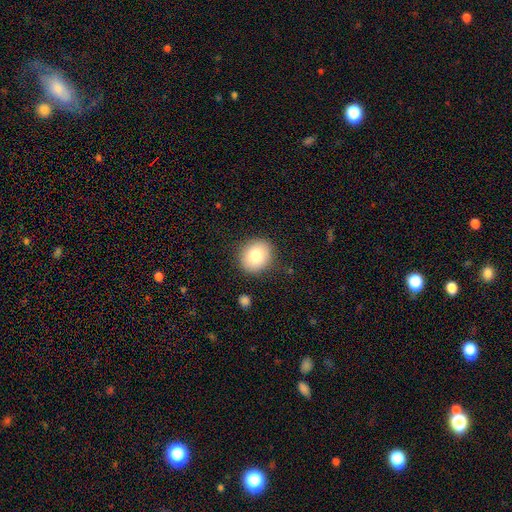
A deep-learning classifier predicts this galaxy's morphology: A smooth galaxy with no disk features (82%) that is round (71%). Merging: none (86%).